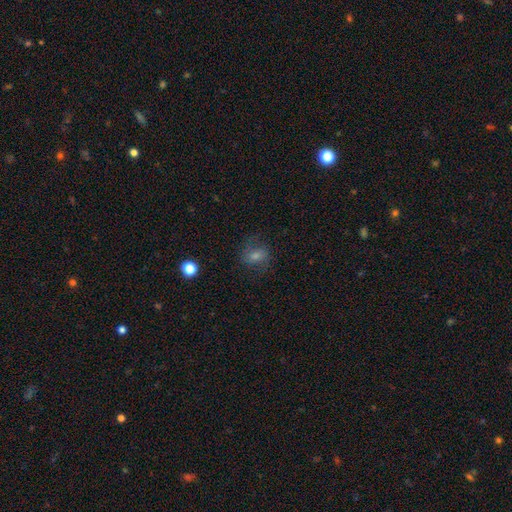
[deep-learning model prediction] Smooth or featured?
  - smooth: 59% *
  - featured or disk: 28%
  - star or artifact: 13%
How rounded?
  - in between: 56% *
  - round: 43%
  - cigar-shaped: 2%
Merging?
  - none: 70% *
  - minor disturbance: 18%
  - major disturbance: 11%
  - merger: 1%